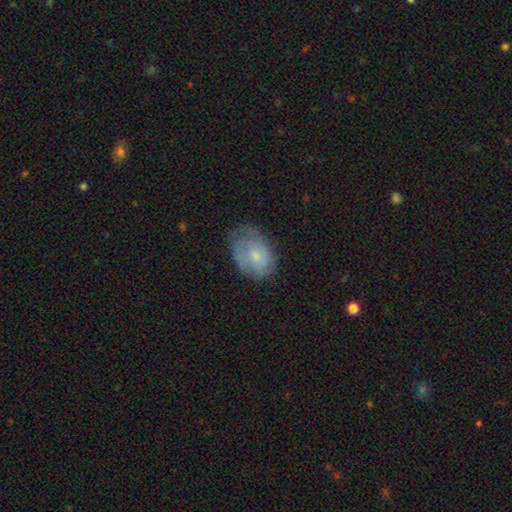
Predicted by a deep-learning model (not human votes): Smooth or featured: smooth — 50% (featured or disk — 42%)
Merging: none — 59% (minor disturbance — 29%)